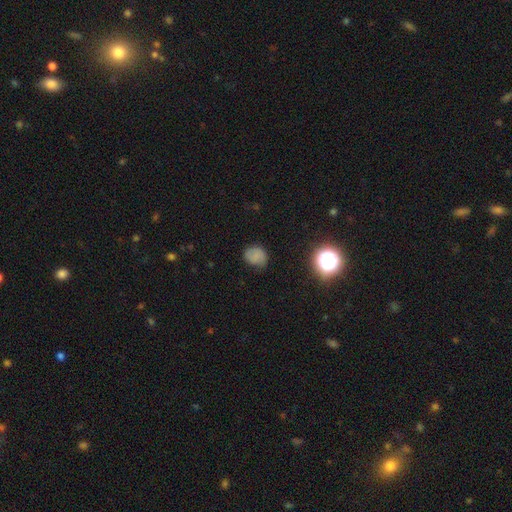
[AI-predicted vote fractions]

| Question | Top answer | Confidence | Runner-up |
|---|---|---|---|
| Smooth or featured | smooth | 71% | star or artifact (17%) |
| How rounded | round | 64% | in between (35%) |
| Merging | none | 70% | minor disturbance (22%) |